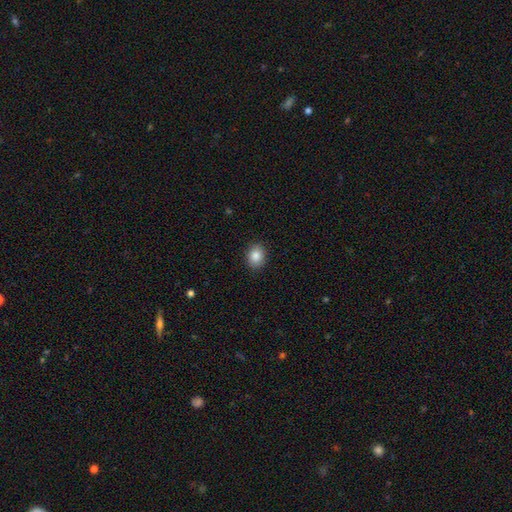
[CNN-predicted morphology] Smooth or featured: smooth — 86% (star or artifact — 9%)
How rounded: in between — 51% (round — 48%)
Merging: none — 90% (minor disturbance — 7%)